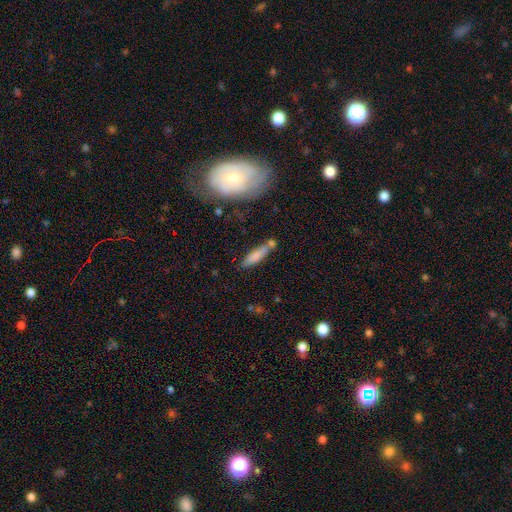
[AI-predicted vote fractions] Smooth or featured? Predicted: smooth (p=0.74). How rounded? Predicted: cigar-shaped (p=0.78). Merging? Predicted: none (p=0.62).